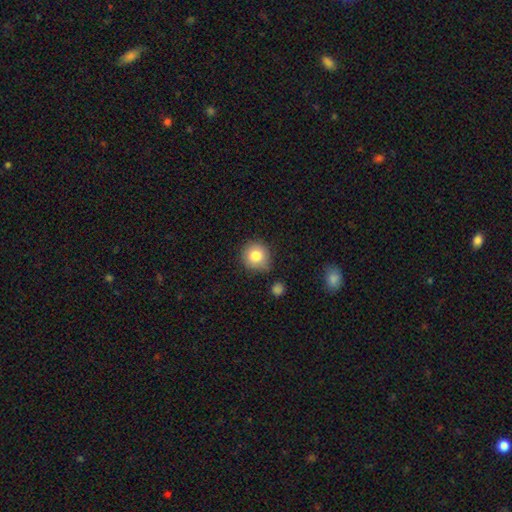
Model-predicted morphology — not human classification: type=smooth (82%); roundness=round (90%); merging=none (76%).